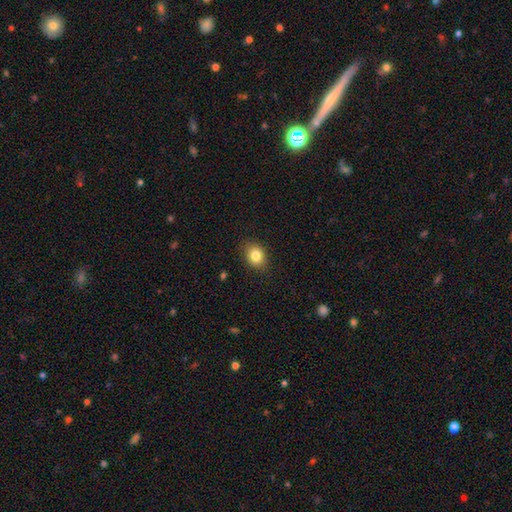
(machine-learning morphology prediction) smooth 84%, star or artifact 9%, featured or disk 7%. Down the decision tree: how rounded — in between (53%); merging — none (87%).